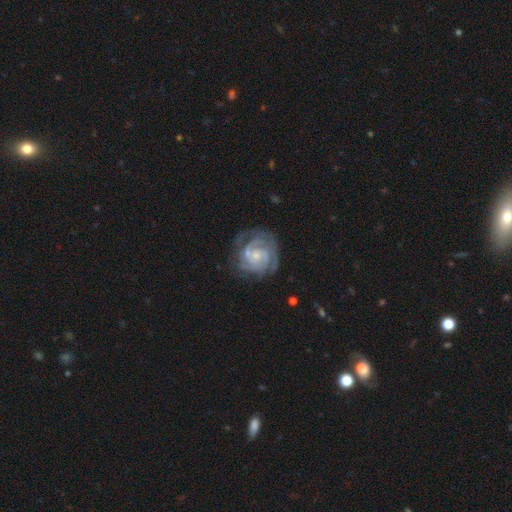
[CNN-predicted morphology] A featured or disk galaxy (88%) with no bar (67%), 2 (30%) tight (73%) spiral arms (97%) and a small central bulge (66%). Merging: none (68%).